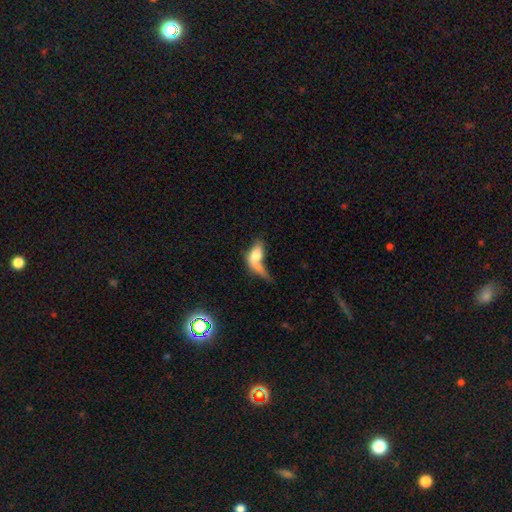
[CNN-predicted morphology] Smooth or featured?
  - smooth: 63% *
  - featured or disk: 28%
  - star or artifact: 9%
How rounded?
  - in between: 78% *
  - cigar-shaped: 13%
  - round: 9%
Merging?
  - major disturbance: 33% *
  - merger: 32%
  - none: 18%
  - minor disturbance: 16%